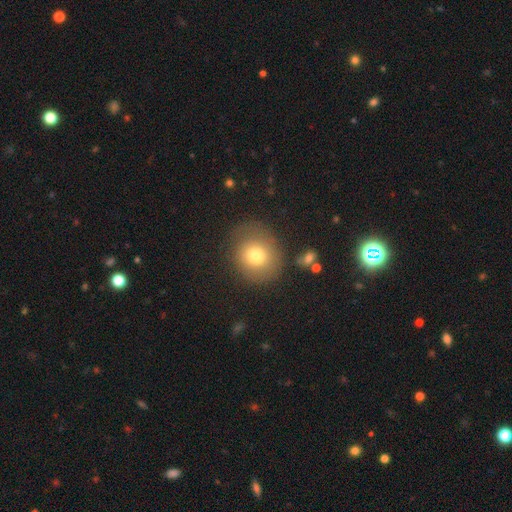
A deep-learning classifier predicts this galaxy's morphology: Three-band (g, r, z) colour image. It shows a smooth galaxy with no disk features (76%) that is round (76%). Merging: none (70%).